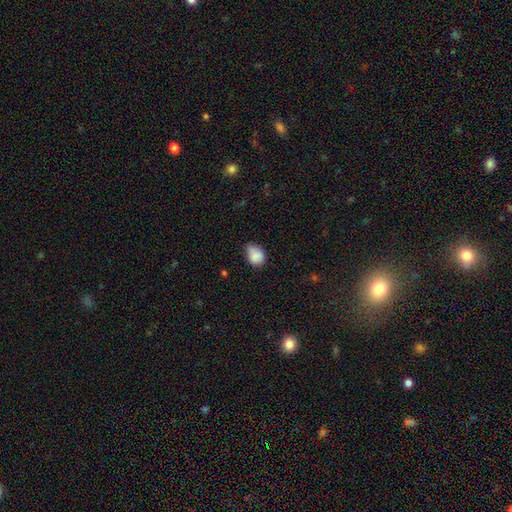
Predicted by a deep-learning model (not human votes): Smooth or featured? smooth (84%)
How rounded? in between (61%)
Merging? minor disturbance (47%)